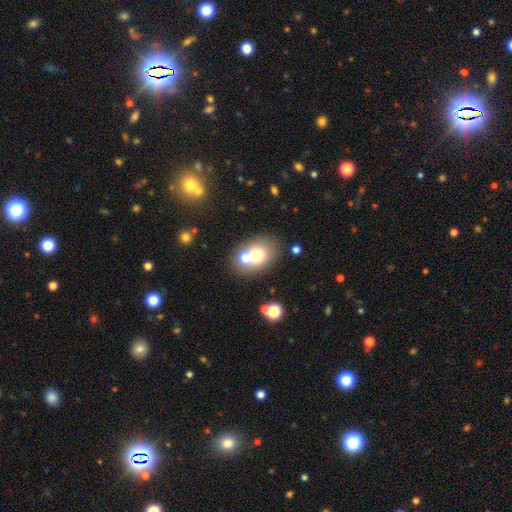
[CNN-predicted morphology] This appears to be a smooth galaxy with no disk features (68%) that is in between round and cigar-shaped (59%). Merging: none (55%).